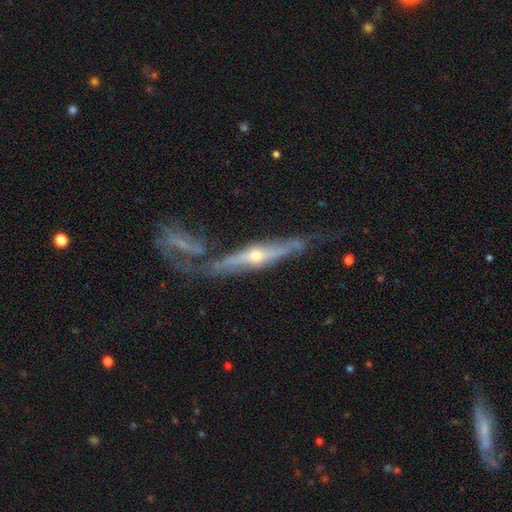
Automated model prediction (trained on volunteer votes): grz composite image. It shows a featured or disk galaxy (81%) viewed edge-on (77%) with a rounded central bulge (85%). Merging: none (46%).